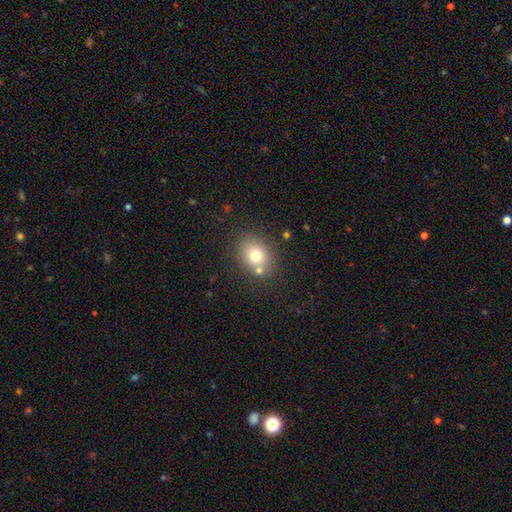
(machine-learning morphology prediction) Smooth or featured: smooth — 74% (featured or disk — 14%)
How rounded: round — 58% (in between — 41%)
Merging: none — 70% (merger — 15%)